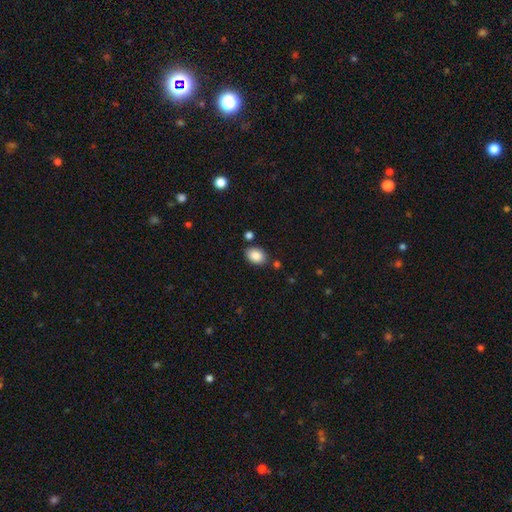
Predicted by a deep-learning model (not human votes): Overall: smooth (87%). How rounded: in between (75%). Merging: none (81%).